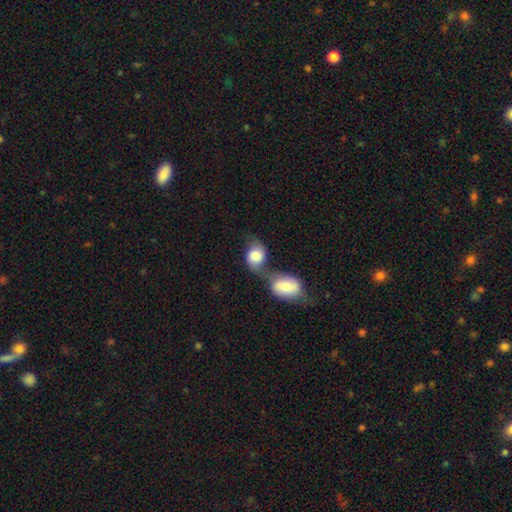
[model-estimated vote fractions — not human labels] Smooth or featured: smooth — 71% (featured or disk — 22%)
How rounded: in between — 55% (round — 43%)
Merging: merger — 63% (none — 19%)